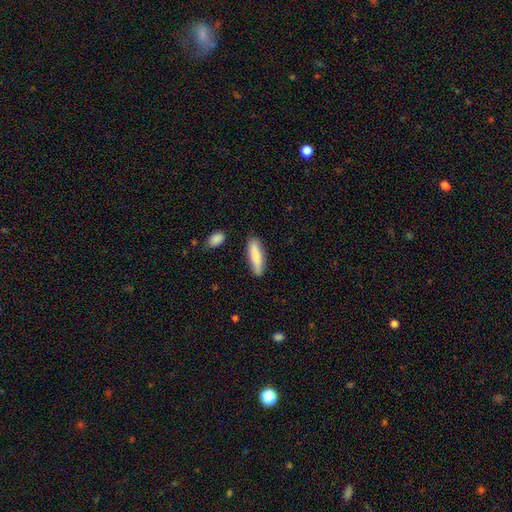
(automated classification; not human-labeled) This is likely a smooth galaxy (78%). How rounded: likely cigar-shaped (65%). Merging: clearly none (83%).